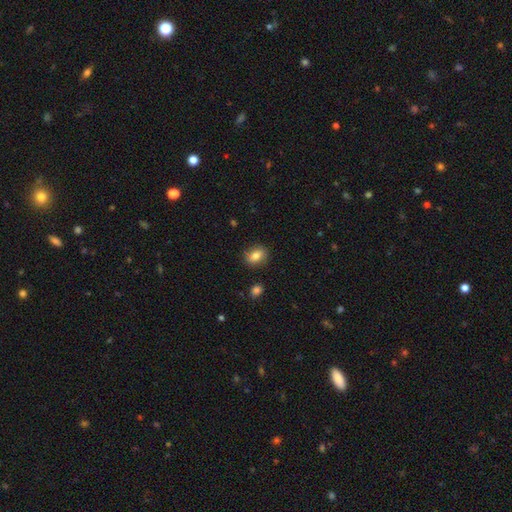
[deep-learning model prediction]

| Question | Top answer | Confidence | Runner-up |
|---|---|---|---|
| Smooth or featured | smooth | 80% | featured or disk (11%) |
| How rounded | in between | 64% | round (34%) |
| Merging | none | 82% | minor disturbance (12%) |